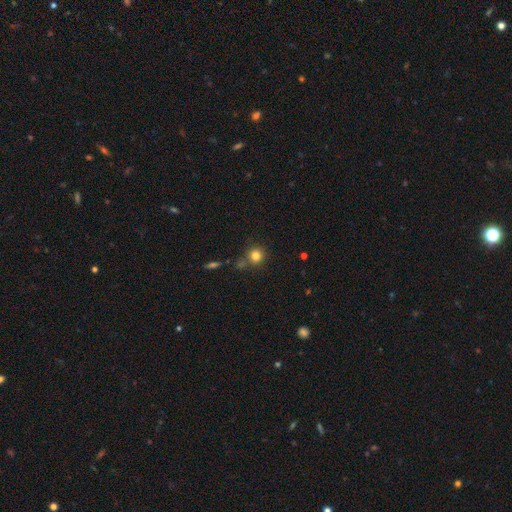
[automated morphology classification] smooth 80%, star or artifact 13%, featured or disk 7%. Down the decision tree: how rounded — round (91%); merging — none (75%).